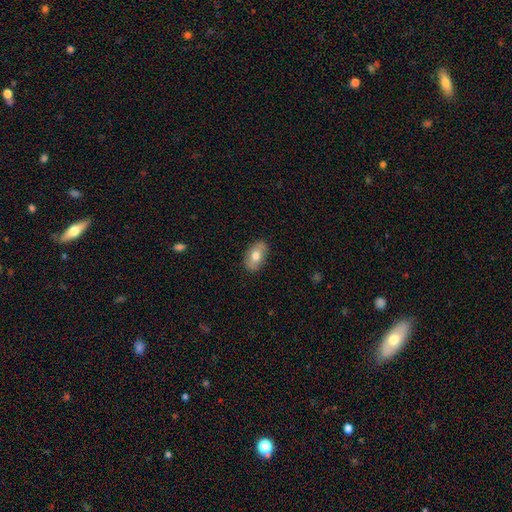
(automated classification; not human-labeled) Smooth or featured? Predicted: smooth (p=0.71). How rounded? Predicted: in between (p=0.90). Merging? Predicted: none (p=0.85).